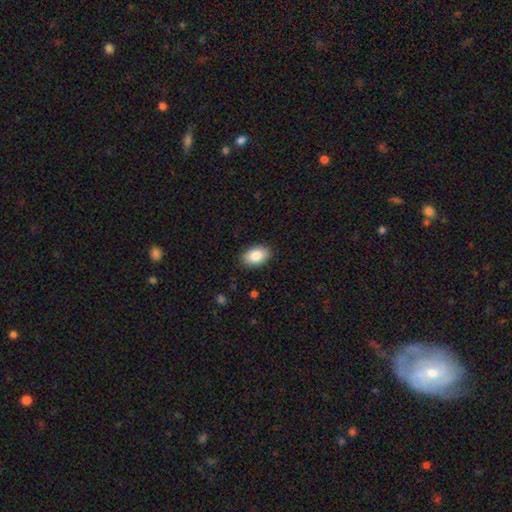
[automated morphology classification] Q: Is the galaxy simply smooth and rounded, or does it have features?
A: smooth — 86%.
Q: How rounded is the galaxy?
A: in between — 89%.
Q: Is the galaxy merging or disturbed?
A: none — 88%.